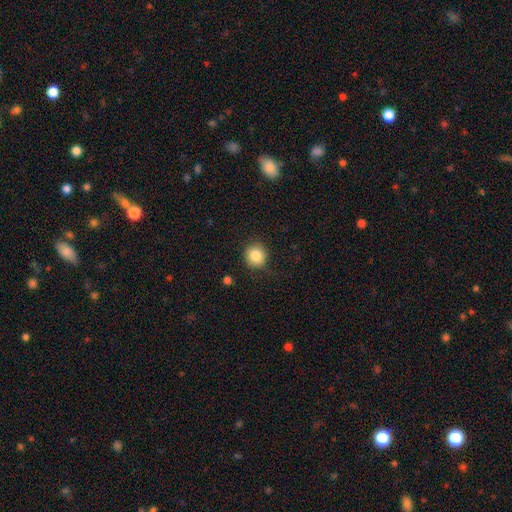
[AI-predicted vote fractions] smooth_or_featured: smooth (p=0.84) [alt: star or artifact p=0.09]
how_rounded: round (p=0.90) [alt: in between p=0.09]
merging: none (p=0.86) [alt: minor disturbance p=0.10]